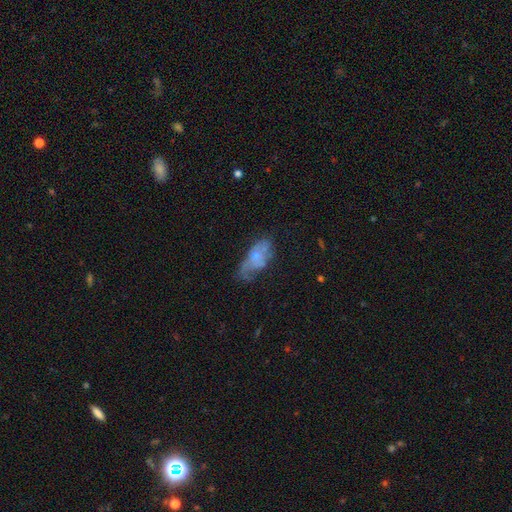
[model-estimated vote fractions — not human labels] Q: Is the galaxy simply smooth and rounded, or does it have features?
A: featured or disk — 53%.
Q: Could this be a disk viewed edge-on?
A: no — 90%.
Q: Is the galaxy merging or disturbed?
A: none — 38%.